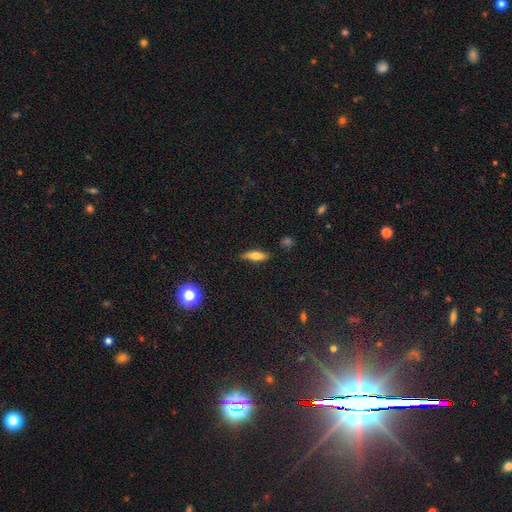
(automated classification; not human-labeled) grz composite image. It shows a smooth galaxy with no disk features (59%) that is cigar-shaped (54%). Merging: none (81%).